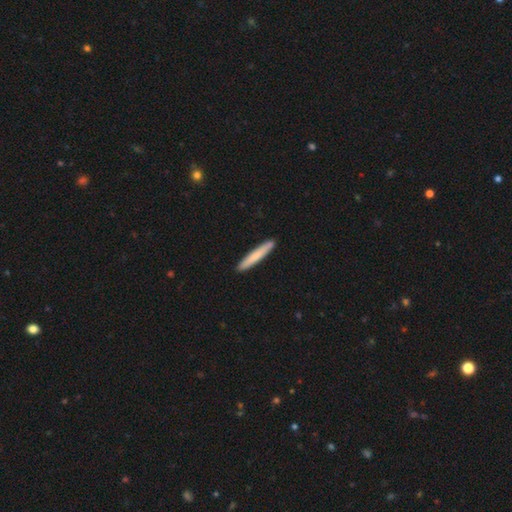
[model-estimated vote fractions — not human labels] smooth-or-featured: smooth: 74% | featured or disk: 20% | star or artifact: 5%
  how-rounded: cigar-shaped: 95% | in between: 3% | round: 1%
  merging: none: 90% | minor disturbance: 7% | merger: 1% | major disturbance: 1%